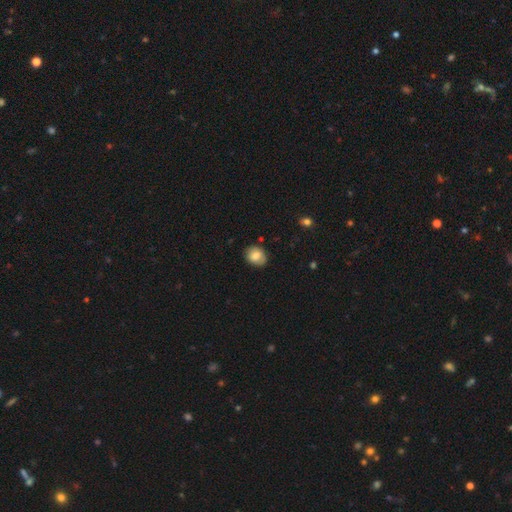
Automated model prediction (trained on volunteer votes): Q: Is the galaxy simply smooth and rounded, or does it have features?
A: smooth — 78%.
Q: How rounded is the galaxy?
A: round — 51%.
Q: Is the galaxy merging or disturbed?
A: none — 74%.